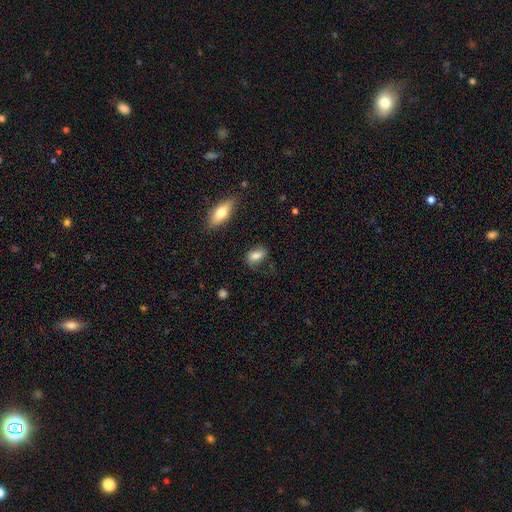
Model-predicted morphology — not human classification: Smooth or featured: smooth — 79% (featured or disk — 13%)
How rounded: in between — 85% (round — 11%)
Merging: none — 66% (minor disturbance — 24%)